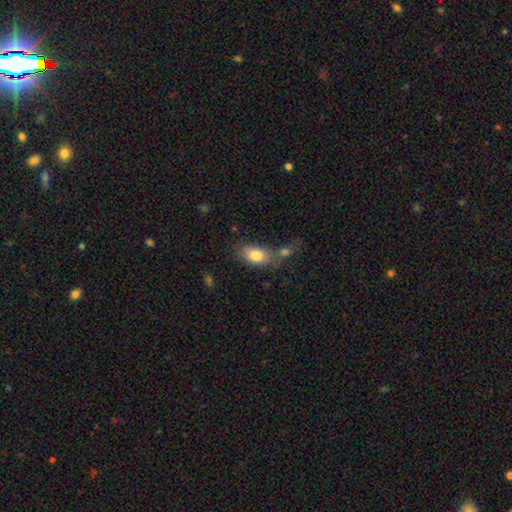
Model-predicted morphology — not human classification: Smooth or featured? Predicted: smooth (p=0.81). How rounded? Predicted: in between (p=0.88). Merging? Predicted: none (p=0.47).